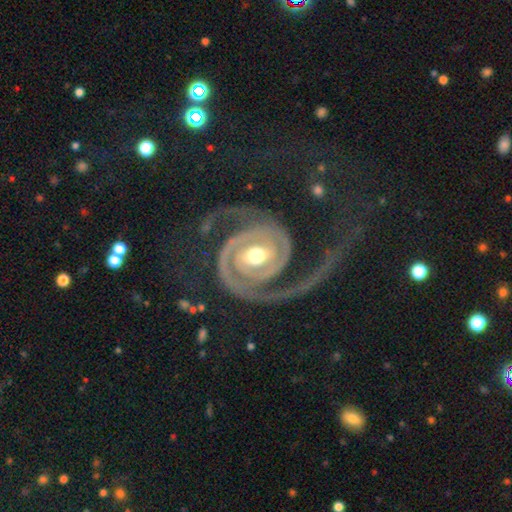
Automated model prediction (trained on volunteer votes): Smooth or featured? Predicted: featured or disk (p=0.93). Edge-on disk? Predicted: no (p=0.98). Bar? Predicted: no (p=0.44). Spiral arms? Predicted: yes (p=0.98). Spiral winding? Predicted: tight (p=0.50). Spiral arm count? Predicted: 2 (p=0.88). Bulge size? Predicted: moderate (p=0.76). Merging? Predicted: none (p=0.64).